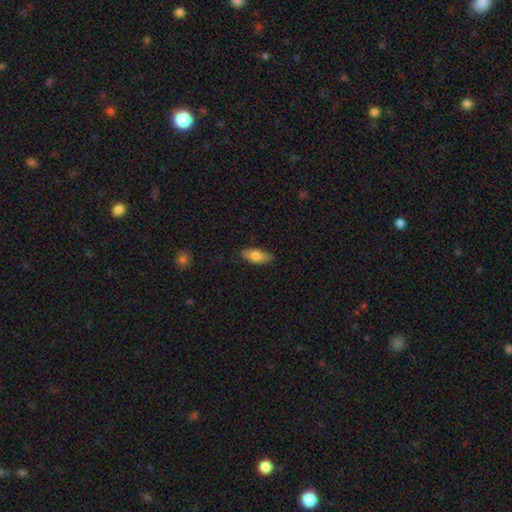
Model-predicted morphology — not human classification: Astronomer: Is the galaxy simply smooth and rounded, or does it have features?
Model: smooth — 78%.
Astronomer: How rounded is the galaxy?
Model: in between — 82%.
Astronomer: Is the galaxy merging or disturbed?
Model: none — 86%.